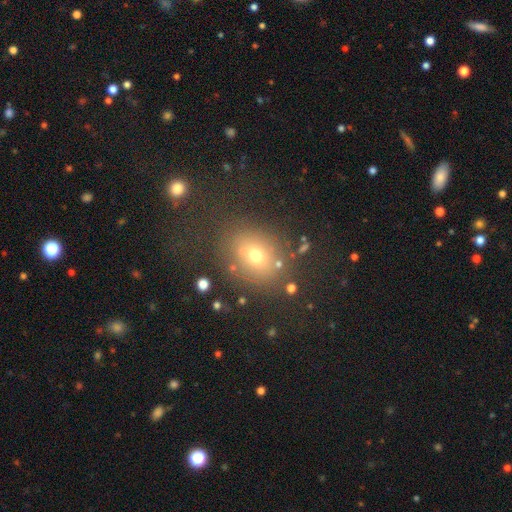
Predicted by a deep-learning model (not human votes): smooth_or_featured: smooth (p=0.66) [alt: star or artifact p=0.19]
how_rounded: round (p=0.51) [alt: in between p=0.48]
merging: none (p=0.75) [alt: minor disturbance p=0.13]